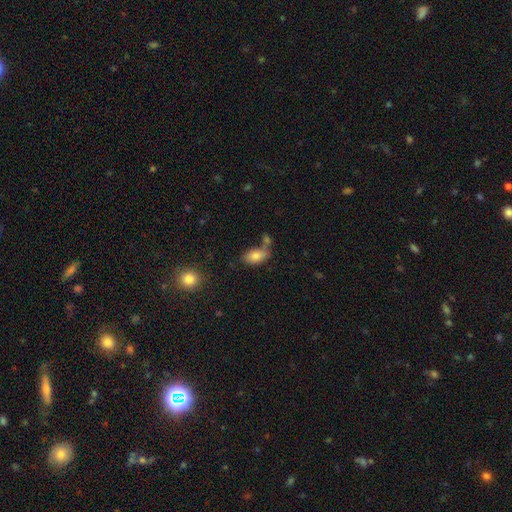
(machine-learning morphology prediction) This appears to be a smooth galaxy with no disk features (81%) that is in between round and cigar-shaped (92%). Merging: none (53%).